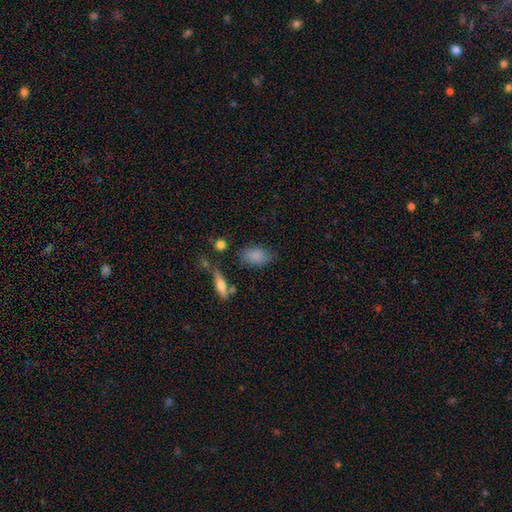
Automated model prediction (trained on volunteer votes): Smooth or featured: smooth — 84% (star or artifact — 8%)
How rounded: in between — 87% (round — 9%)
Merging: none — 72% (minor disturbance — 18%)